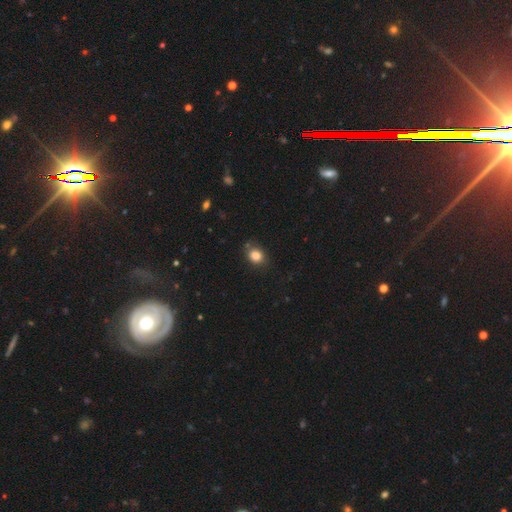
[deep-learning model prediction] smooth-or-featured: smooth: 83% | star or artifact: 11% | featured or disk: 6%
  how-rounded: round: 55% | in between: 45% | cigar-shaped: 1%
  merging: none: 77% | minor disturbance: 16% | major disturbance: 4% | merger: 3%